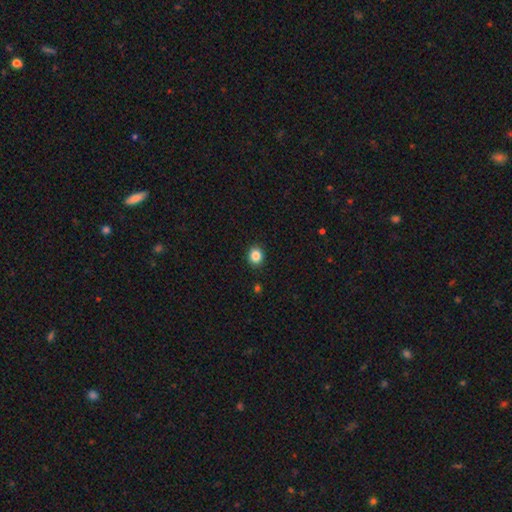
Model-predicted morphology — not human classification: This appears to be a smooth galaxy with no disk features (86%) that is round (66%). Merging: none (91%).